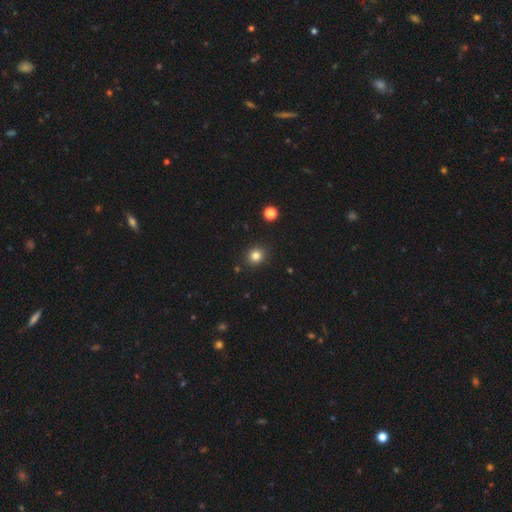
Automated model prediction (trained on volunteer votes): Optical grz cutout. It shows a smooth galaxy with no disk features (82%) that is round (85%). Merging: none (90%).